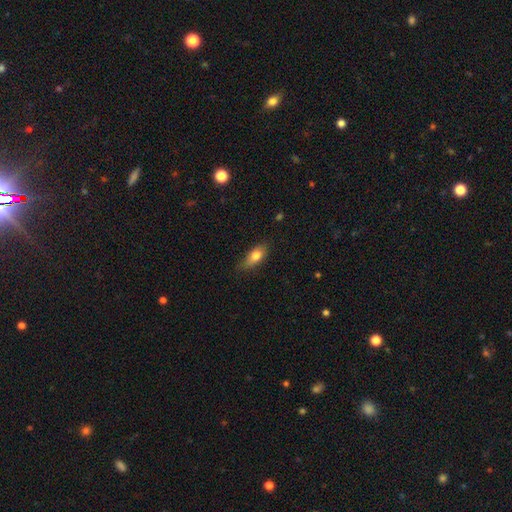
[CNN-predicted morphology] A smooth galaxy with no disk features (75%) that is in between round and cigar-shaped (77%). Merging: none (73%).